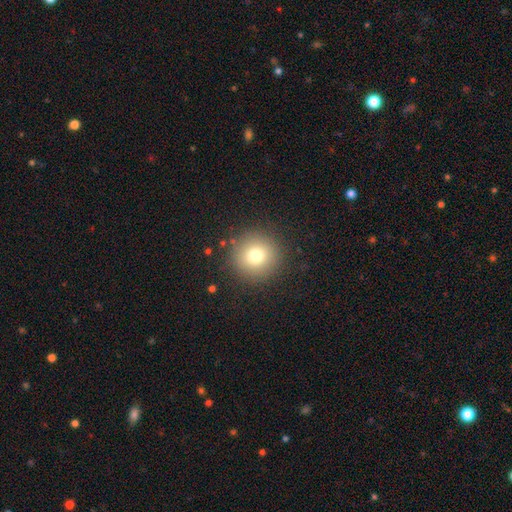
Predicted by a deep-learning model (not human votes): A smooth galaxy with no disk features (76%) that is round (95%). Merging: none (89%).